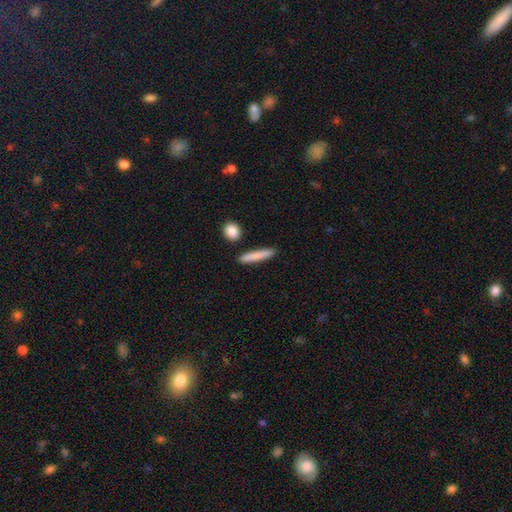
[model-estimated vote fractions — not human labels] The model was most divided on "smooth or featured": smooth: 82%, featured or disk: 13%, star or artifact: 6%. More confident: how rounded — cigar-shaped (89%); merging — none (88%).